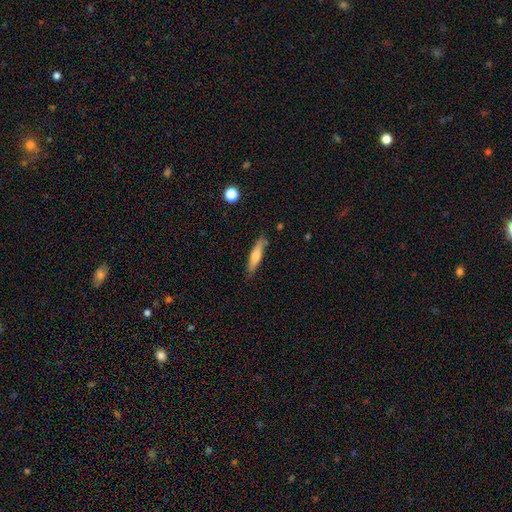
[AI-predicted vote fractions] Smooth or featured?
  - smooth: 62% *
  - featured or disk: 32%
  - star or artifact: 6%
How rounded?
  - cigar-shaped: 82% *
  - in between: 17%
  - round: 2%
Merging?
  - none: 82% *
  - minor disturbance: 14%
  - major disturbance: 2%
  - merger: 2%